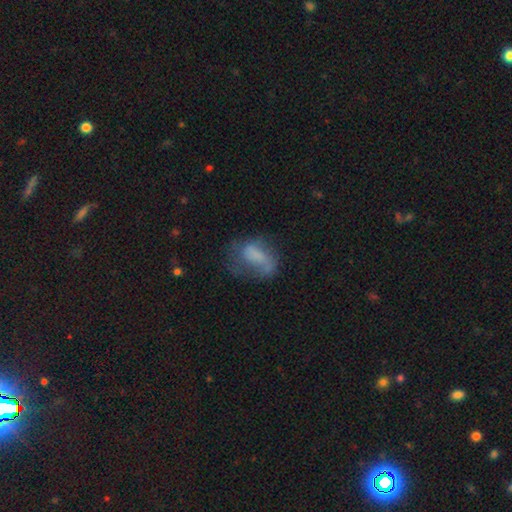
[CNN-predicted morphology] Smooth or featured?
  - smooth: 52% *
  - featured or disk: 38%
  - star or artifact: 10%
How rounded?
  - in between: 82% *
  - round: 13%
  - cigar-shaped: 5%
Merging?
  - major disturbance: 37% *
  - none: 33%
  - minor disturbance: 26%
  - merger: 4%